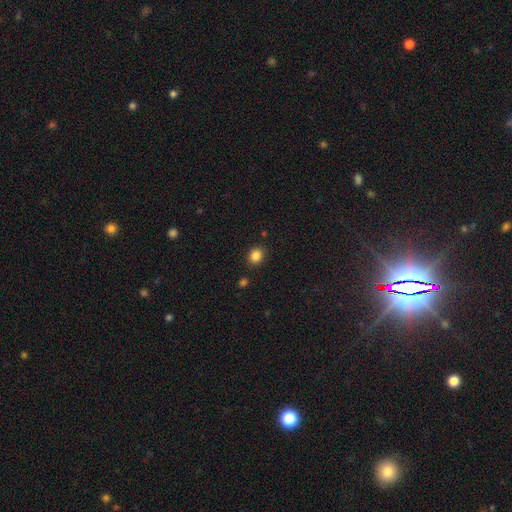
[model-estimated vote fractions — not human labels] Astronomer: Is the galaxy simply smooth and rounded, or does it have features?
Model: smooth — 85%.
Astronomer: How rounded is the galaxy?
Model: round — 67%.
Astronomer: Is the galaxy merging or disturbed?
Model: none — 88%.